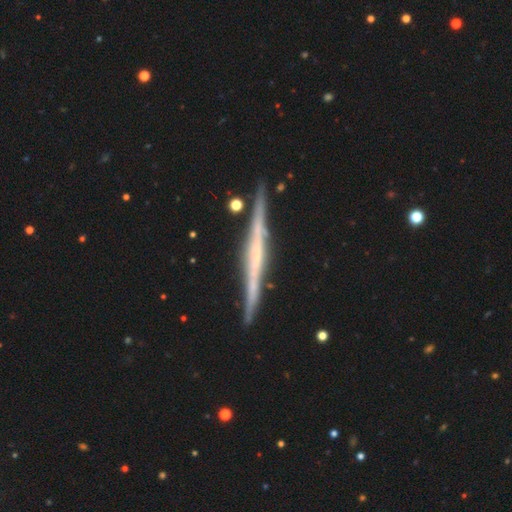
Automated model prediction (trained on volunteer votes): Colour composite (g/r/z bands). It shows a featured or disk galaxy (76%) viewed edge-on (98%) with no central bulge (71%). Merging: none (87%).